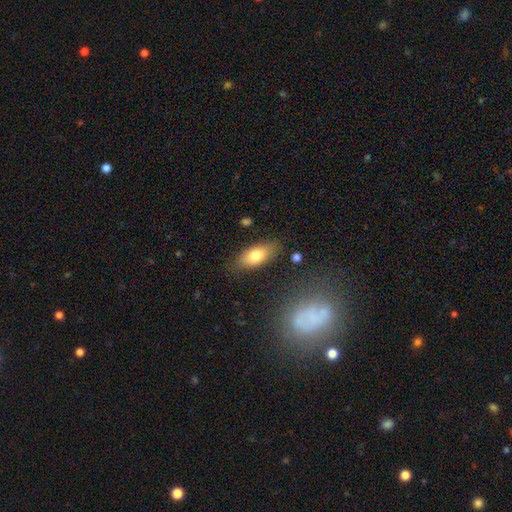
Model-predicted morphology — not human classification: Q: Smooth or featured?
A: smooth (76%); runner-up: featured or disk (17%)
Q: How rounded?
A: in between (85%); runner-up: cigar-shaped (11%)
Q: Merging?
A: none (80%); runner-up: minor disturbance (15%)